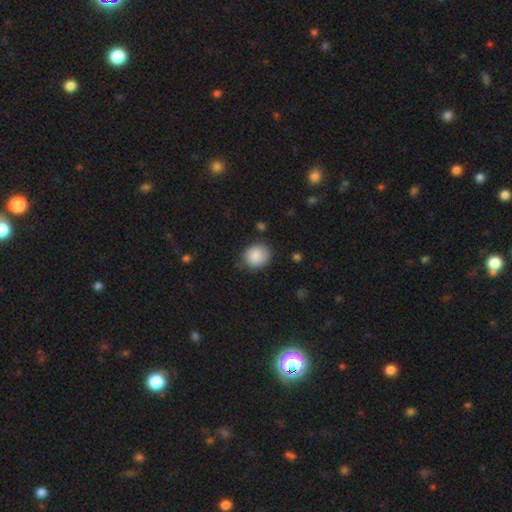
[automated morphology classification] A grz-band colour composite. It shows a smooth galaxy with no disk features (87%) that is round (77%). Merging: none (78%).